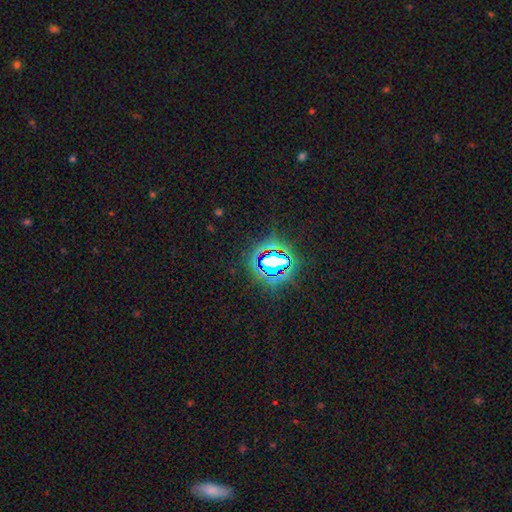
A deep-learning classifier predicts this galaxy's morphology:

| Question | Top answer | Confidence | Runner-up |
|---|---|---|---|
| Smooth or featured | star or artifact | 82% | smooth (12%) |